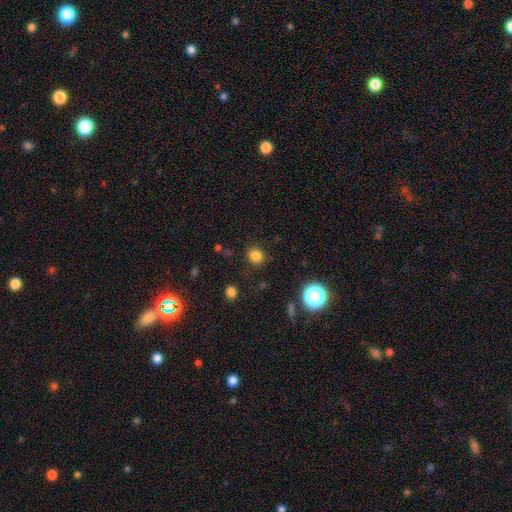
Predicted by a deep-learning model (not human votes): smooth_or_featured: smooth (p=0.82) [alt: star or artifact p=0.14]
how_rounded: round (p=0.90) [alt: in between p=0.09]
merging: none (p=0.88) [alt: minor disturbance p=0.08]